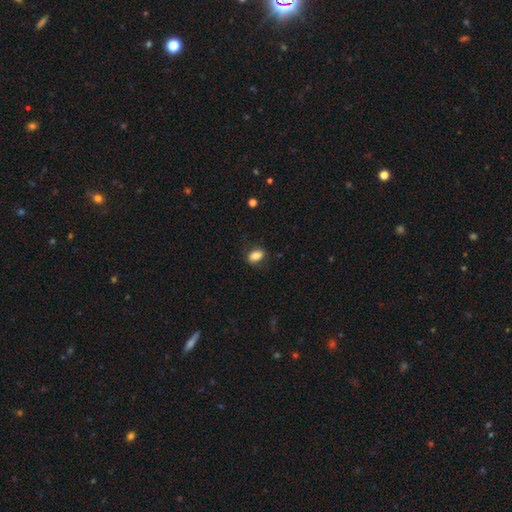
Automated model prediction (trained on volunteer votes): Smooth or featured?
  - smooth: 82% *
  - featured or disk: 9%
  - star or artifact: 8%
How rounded?
  - in between: 83% *
  - round: 15%
  - cigar-shaped: 2%
Merging?
  - none: 81% *
  - minor disturbance: 14%
  - major disturbance: 4%
  - merger: 1%